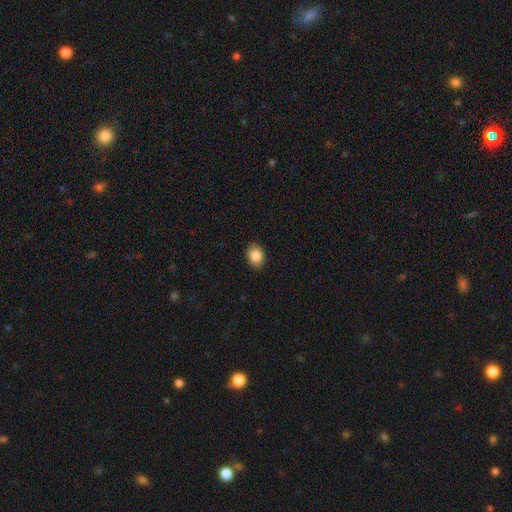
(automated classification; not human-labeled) A smooth galaxy with no disk features (85%) that is in between round and cigar-shaped (62%). Merging: none (89%).